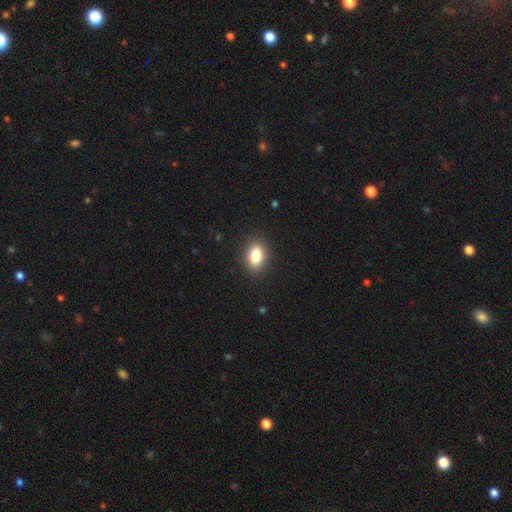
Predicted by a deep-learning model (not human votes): Morphology: type=smooth (83%); roundness=in between (84%); merging=none (88%).